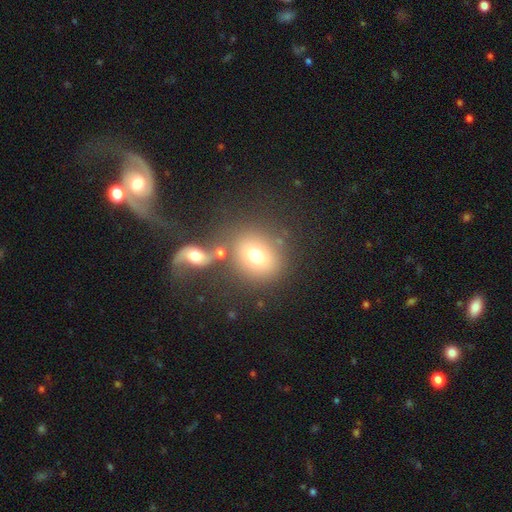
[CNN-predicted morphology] smooth-or-featured: smooth: 72% | featured or disk: 17% | star or artifact: 11%
  how-rounded: round: 69% | in between: 30% | cigar-shaped: 1%
  merging: none: 64% | merger: 18% | minor disturbance: 11% | major disturbance: 7%